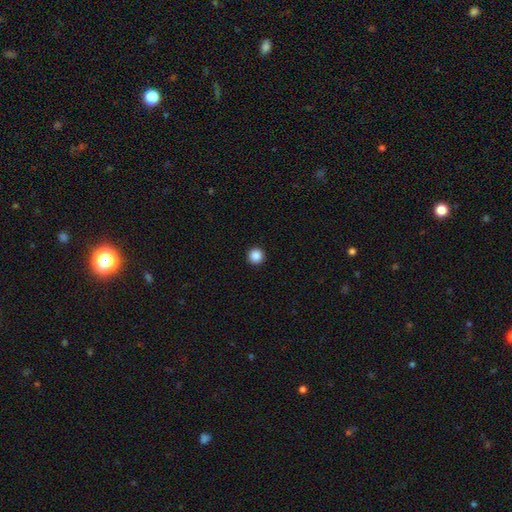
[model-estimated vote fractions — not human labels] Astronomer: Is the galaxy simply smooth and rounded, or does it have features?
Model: smooth — 88%.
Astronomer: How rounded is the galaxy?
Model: round — 97%.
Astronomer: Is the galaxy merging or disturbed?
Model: none — 94%.